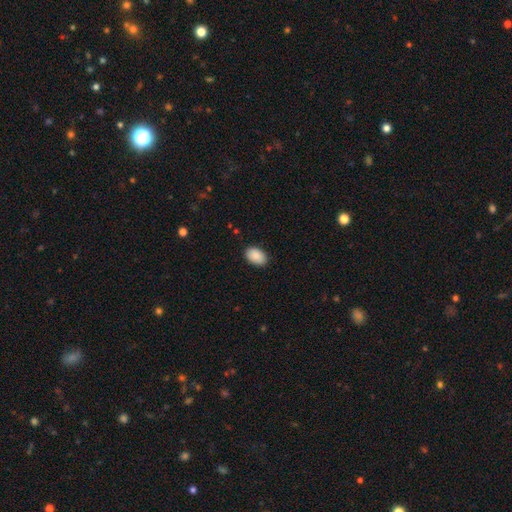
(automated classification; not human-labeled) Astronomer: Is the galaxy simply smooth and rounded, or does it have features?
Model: smooth — 90%.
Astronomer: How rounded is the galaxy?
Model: in between — 90%.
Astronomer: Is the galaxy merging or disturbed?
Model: none — 88%.